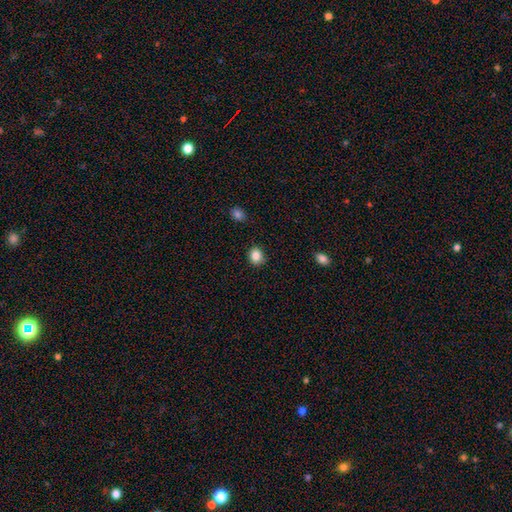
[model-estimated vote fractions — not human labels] Overall: smooth (85%). How rounded: round (71%). Merging: none (88%).